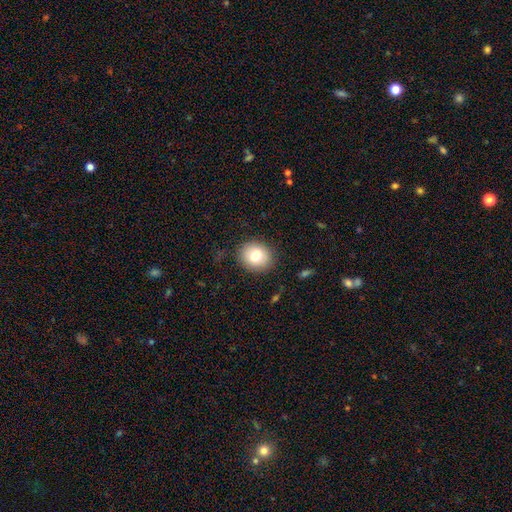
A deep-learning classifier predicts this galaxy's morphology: type=smooth (79%); roundness=round (71%); merging=none (87%).